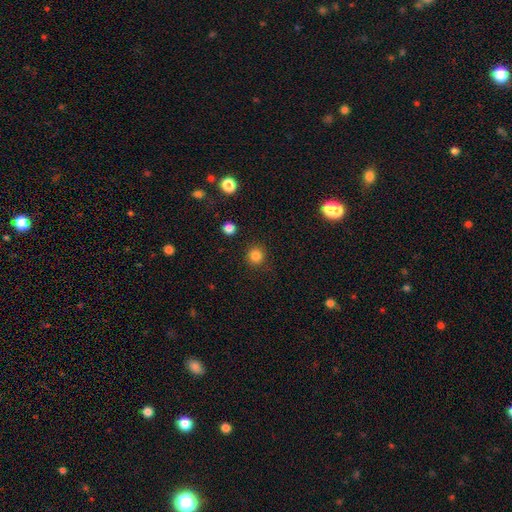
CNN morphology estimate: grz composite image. It shows a smooth galaxy with no disk features (84%) that is round (94%). Merging: none (89%).